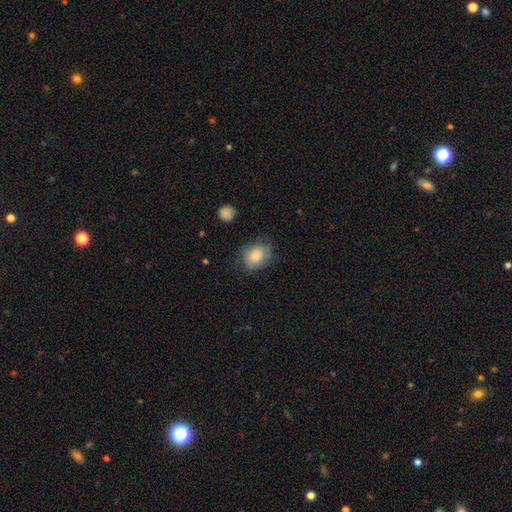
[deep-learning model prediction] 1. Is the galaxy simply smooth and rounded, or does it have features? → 77% smooth, 15% featured or disk, 8% star or artifact.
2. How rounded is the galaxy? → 54% in between, 45% round, 1% cigar-shaped.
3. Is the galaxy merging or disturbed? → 62% none, 26% minor disturbance, 10% major disturbance, 2% merger.